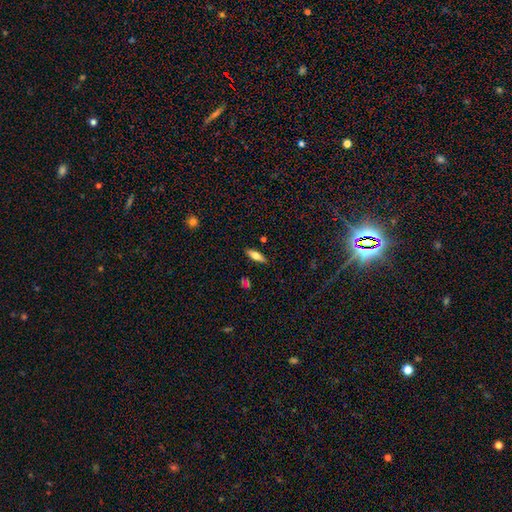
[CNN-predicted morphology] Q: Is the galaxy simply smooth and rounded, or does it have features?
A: smooth — 64%.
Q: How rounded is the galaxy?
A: in between — 59%.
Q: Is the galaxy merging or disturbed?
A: none — 87%.